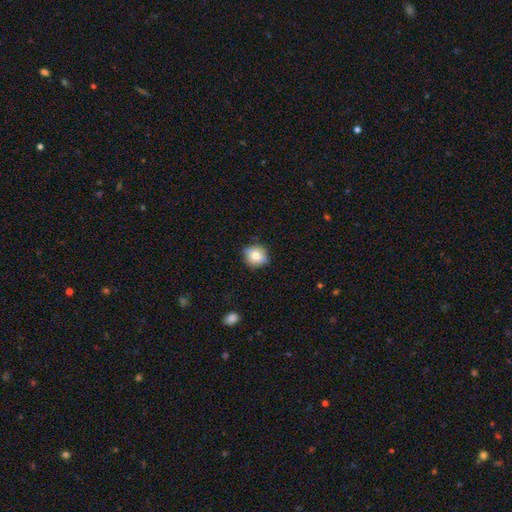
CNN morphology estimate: This is likely a smooth galaxy (76%). How rounded: clearly round (85%). Merging: likely none (78%).